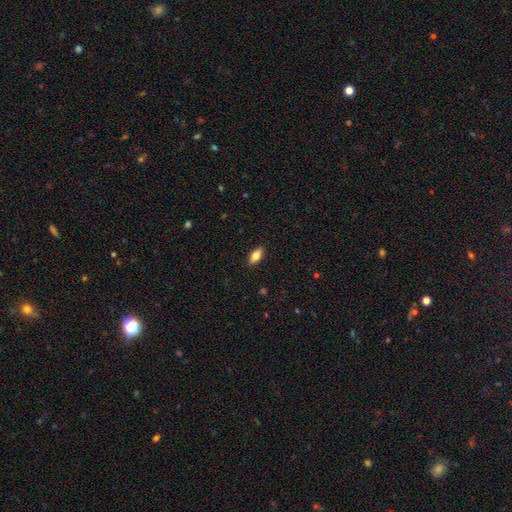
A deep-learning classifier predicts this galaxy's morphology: This appears to be a smooth galaxy with no disk features (77%) that is in between round and cigar-shaped (84%). Merging: none (89%).